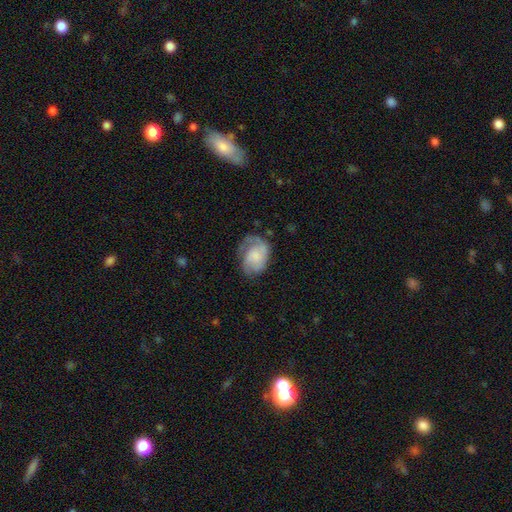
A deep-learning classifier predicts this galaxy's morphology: Overall: featured or disk (59%; smooth 34%). Edge-on disk: no (98%). Bar: no (70%). Spiral arms: yes (87%). Spiral arm count: 2 (43%; can't tell 22%). Spiral winding: medium (43%; tight 36%). Bulge size: small (34%; none 28%). Merging: none (52%; minor disturbance 27%).